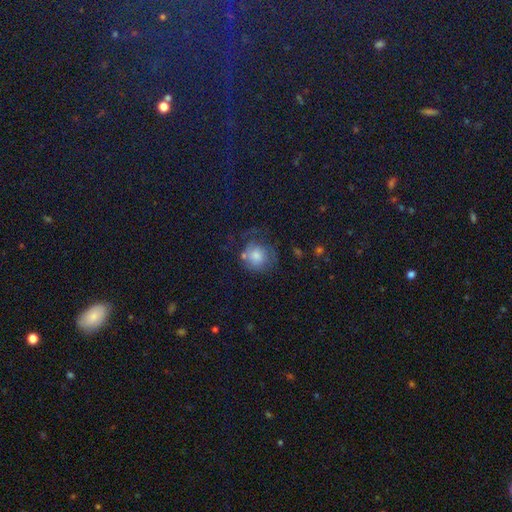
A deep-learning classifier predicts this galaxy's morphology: A smooth galaxy with no disk features (61%) that is round (81%).

Vote fractions:
- Smooth or featured? smooth: 61% / featured or disk: 28% / star or artifact: 11%
- How rounded? round: 81% / in between: 18% / cigar-shaped: 1%
- Merging? none: 43% / major disturbance: 27% / minor disturbance: 24% / merger: 6%